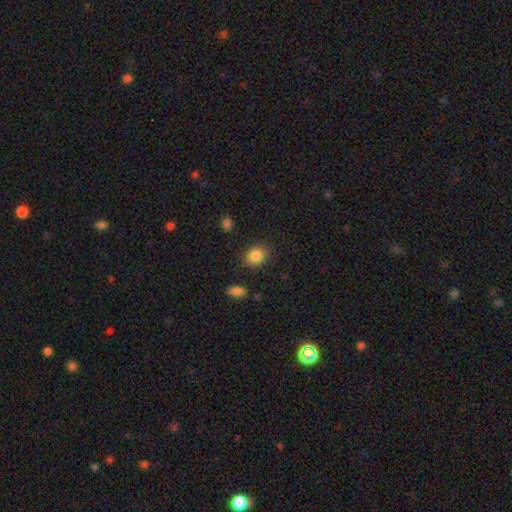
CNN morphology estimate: Q: Smooth or featured?
A: smooth (86%); runner-up: star or artifact (9%)
Q: How rounded?
A: in between (52%); runner-up: round (47%)
Q: Merging?
A: none (84%); runner-up: minor disturbance (10%)